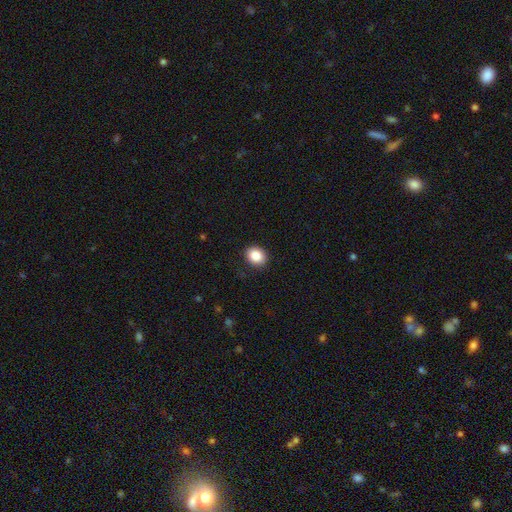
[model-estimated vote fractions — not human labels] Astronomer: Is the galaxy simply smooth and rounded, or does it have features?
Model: smooth — 88%.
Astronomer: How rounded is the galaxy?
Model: round — 62%.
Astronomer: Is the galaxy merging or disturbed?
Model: none — 89%.